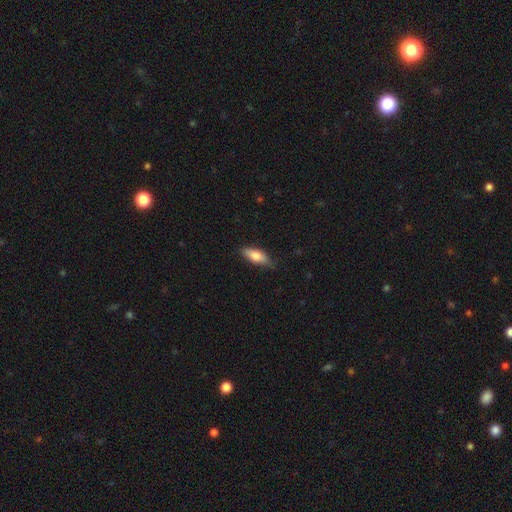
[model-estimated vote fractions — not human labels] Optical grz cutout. It shows a smooth galaxy with no disk features (72%) that is in between round and cigar-shaped (70%). Merging: none (74%).